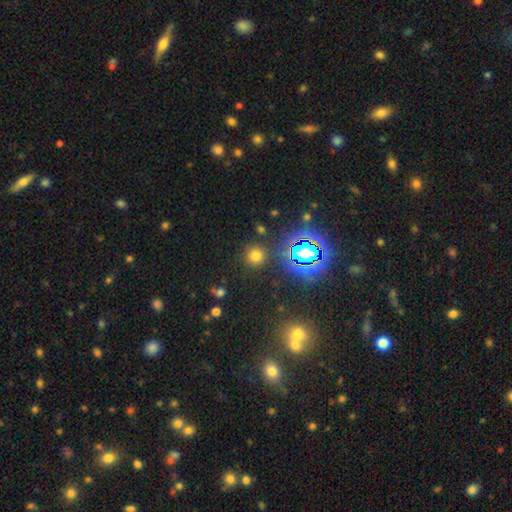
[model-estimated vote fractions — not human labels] A smooth galaxy with no disk features (66%) that is round (92%).

Vote fractions:
- Smooth or featured? smooth: 66% / star or artifact: 27% / featured or disk: 7%
- How rounded? round: 92% / in between: 7% / cigar-shaped: 1%
- Merging? none: 87% / minor disturbance: 7% / merger: 3% / major disturbance: 3%